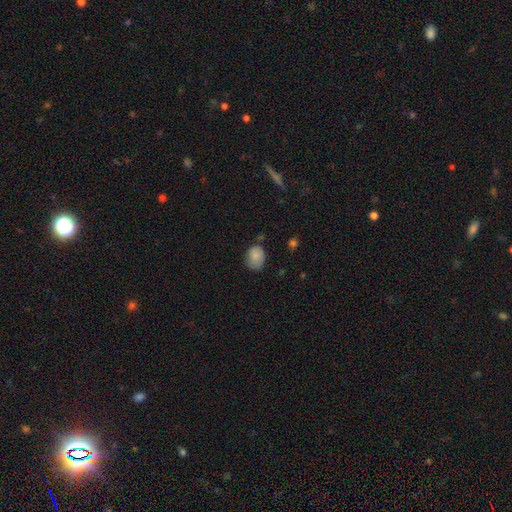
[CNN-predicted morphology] Smooth or featured: smooth — 85% (star or artifact — 9%)
How rounded: in between — 62% (round — 37%)
Merging: none — 61% (minor disturbance — 29%)